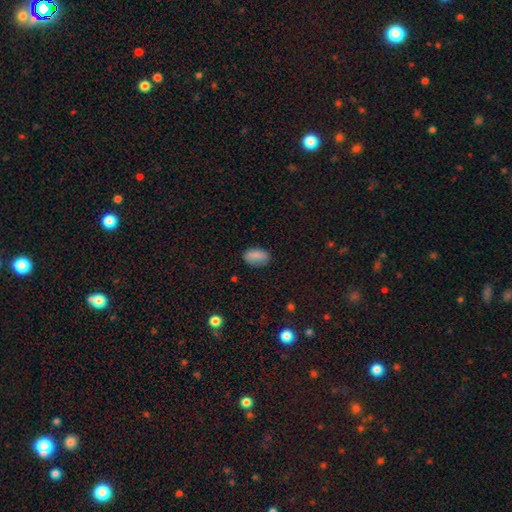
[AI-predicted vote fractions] The model was most divided on "merging": none: 78%, minor disturbance: 17%, major disturbance: 4%, merger: 1%. More confident: how rounded — in between (90%); smooth or featured — smooth (84%).